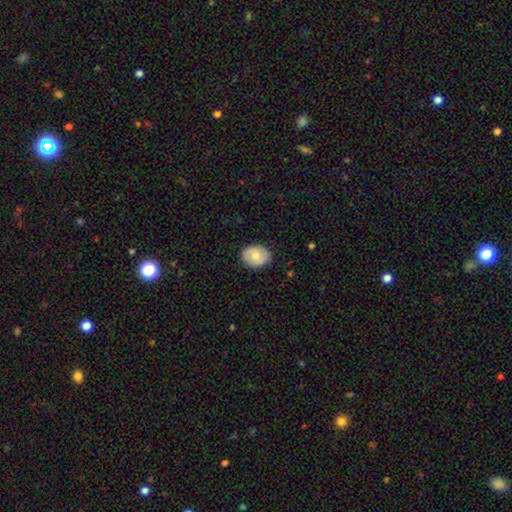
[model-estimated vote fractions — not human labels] Smooth or featured: smooth — 73% (featured or disk — 20%)
How rounded: in between — 62% (round — 37%)
Merging: none — 86% (minor disturbance — 11%)